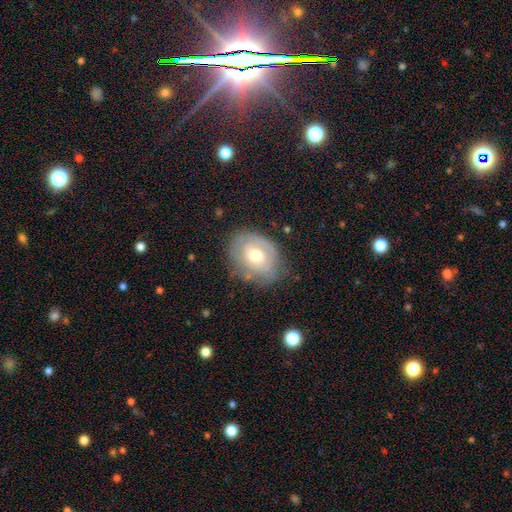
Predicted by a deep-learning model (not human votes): Smooth or featured: featured or disk — 56% (smooth — 36%)
Edge-on disk: no — 95% (yes — 5%)
Bar: no — 67% (weak — 28%)
Spiral arms: yes — 58% (no — 42%)
Bulge size: moderate — 73% (small — 13%)
Merging: none — 66% (minor disturbance — 24%)